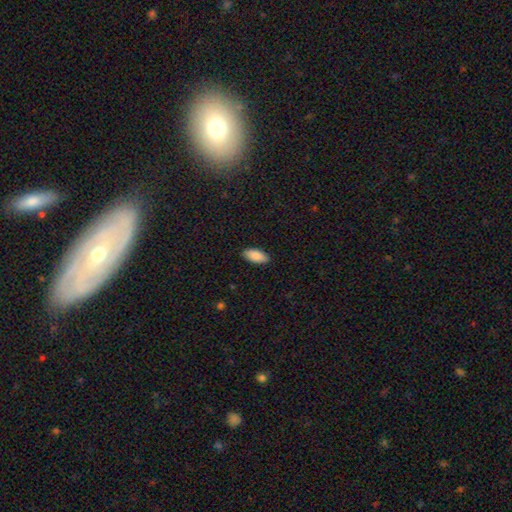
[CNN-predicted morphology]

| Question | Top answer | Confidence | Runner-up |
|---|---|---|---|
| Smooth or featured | smooth | 88% | star or artifact (6%) |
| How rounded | in between | 89% | cigar-shaped (9%) |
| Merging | none | 89% | minor disturbance (8%) |